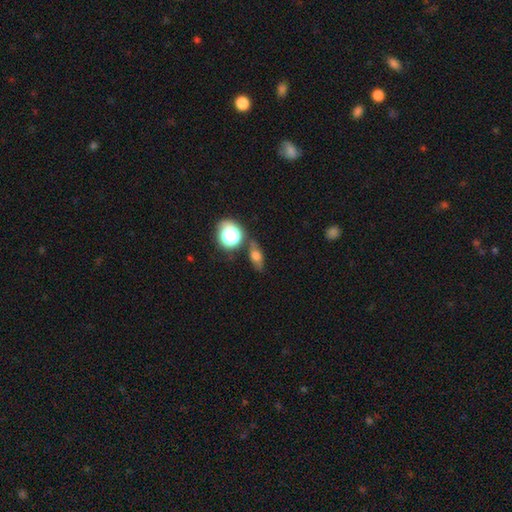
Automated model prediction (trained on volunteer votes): smooth 63%, star or artifact 19%, featured or disk 18%. Down the decision tree: how rounded — in between (67%); merging — none (70%).